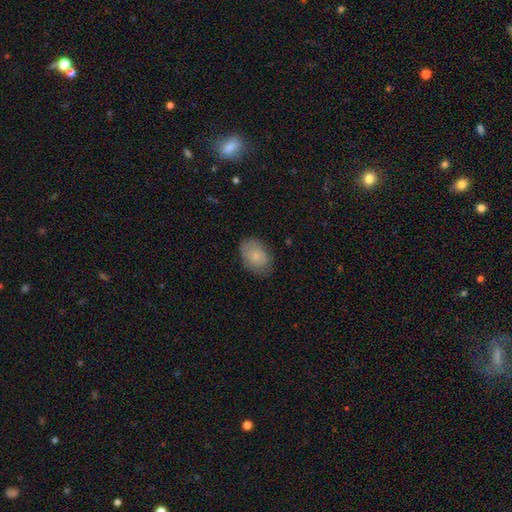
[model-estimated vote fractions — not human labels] Morphology: type=smooth (78%); roundness=in between (82%); merging=none (71%).